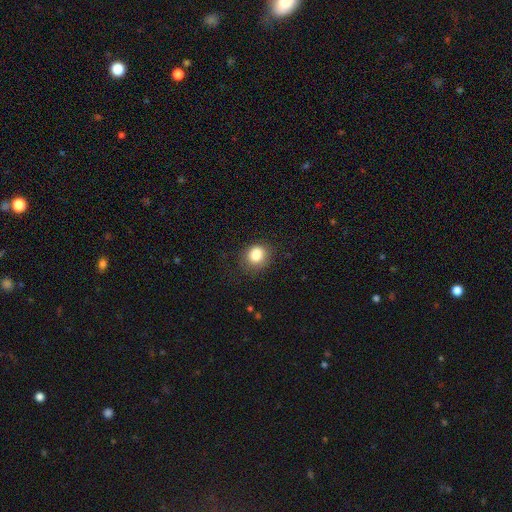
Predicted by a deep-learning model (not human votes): smooth_or_featured: smooth (p=0.84) [alt: star or artifact p=0.10]
how_rounded: round (p=0.70) [alt: in between p=0.29]
merging: none (p=0.76) [alt: minor disturbance p=0.17]